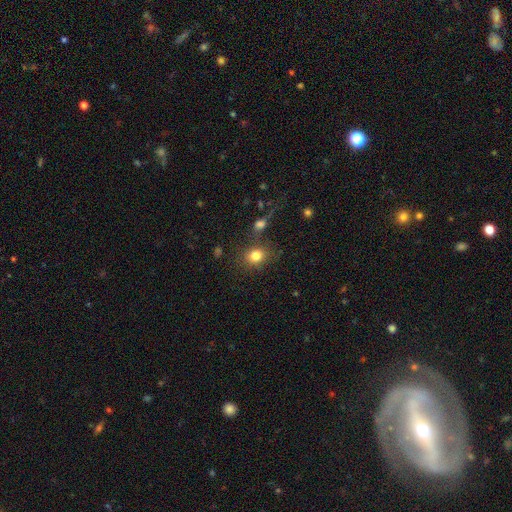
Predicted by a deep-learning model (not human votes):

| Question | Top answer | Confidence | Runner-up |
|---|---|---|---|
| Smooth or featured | smooth | 80% | star or artifact (12%) |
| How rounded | round | 61% | in between (38%) |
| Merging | none | 71% | minor disturbance (12%) |